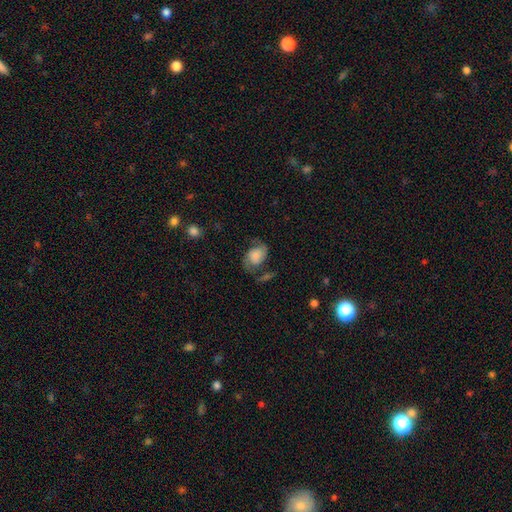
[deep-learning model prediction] Q: Smooth or featured?
A: featured or disk (51%); runner-up: smooth (40%)
Q: Edge-on disk?
A: no (97%); runner-up: yes (3%)
Q: Merging?
A: none (46%); runner-up: minor disturbance (24%)